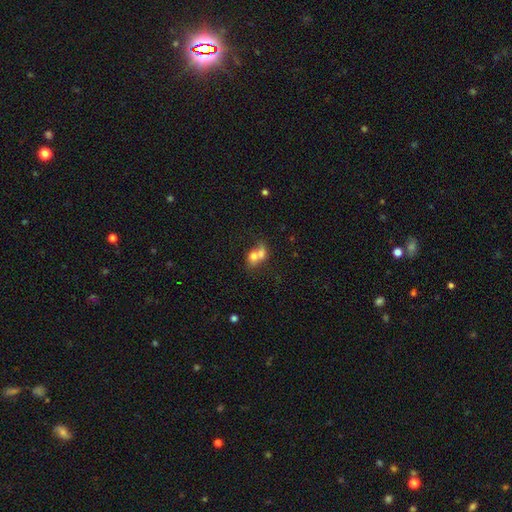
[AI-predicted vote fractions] A smooth galaxy with no disk features (66%) that is round (50%).

Vote fractions:
- Smooth or featured? smooth: 66% / featured or disk: 24% / star or artifact: 11%
- How rounded? round: 50% / in between: 48% / cigar-shaped: 2%
- Merging? merger: 72% / none: 17% / minor disturbance: 6% / major disturbance: 5%